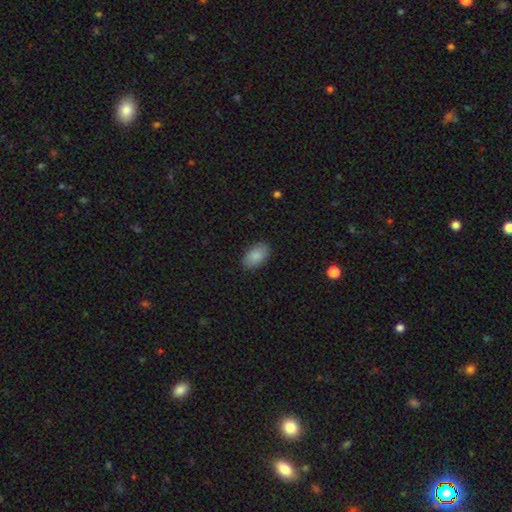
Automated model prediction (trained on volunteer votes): smooth_or_featured: smooth (p=0.88) [alt: star or artifact p=0.07]
how_rounded: in between (p=0.93) [alt: round p=0.05]
merging: none (p=0.87) [alt: minor disturbance p=0.09]